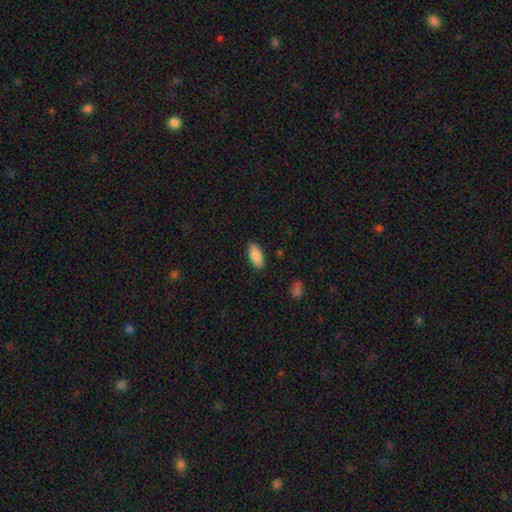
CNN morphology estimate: The model was most divided on "merging": none: 87%, minor disturbance: 9%, major disturbance: 2%, merger: 1%. More confident: how rounded — in between (91%); smooth or featured — smooth (89%).